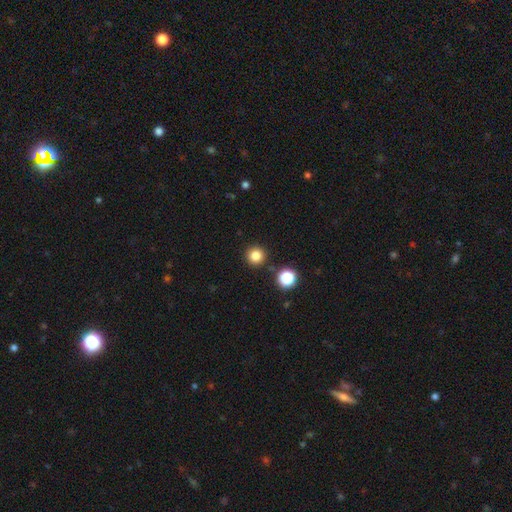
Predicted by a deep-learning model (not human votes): This appears to be a smooth galaxy with no disk features (82%) that is round (95%). Merging: none (90%).